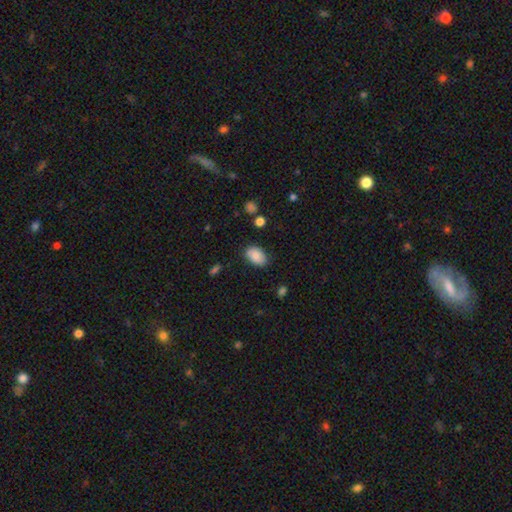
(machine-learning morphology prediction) Q: Smooth or featured?
A: smooth (85%); runner-up: star or artifact (7%)
Q: How rounded?
A: in between (89%); runner-up: round (10%)
Q: Merging?
A: none (81%); runner-up: minor disturbance (14%)